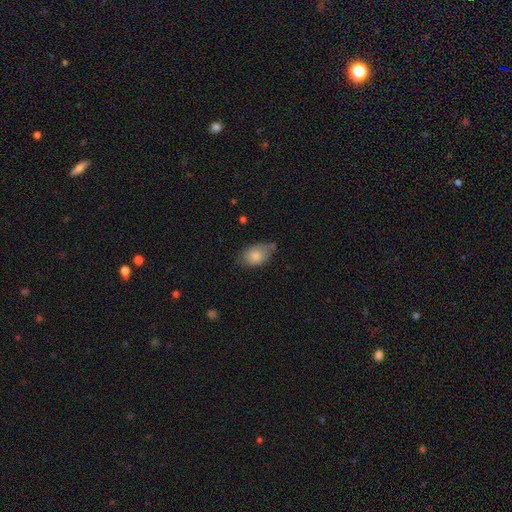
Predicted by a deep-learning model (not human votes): Overall: smooth (81%). How rounded: in between (83%). Merging: none (51%; minor disturbance 35%).